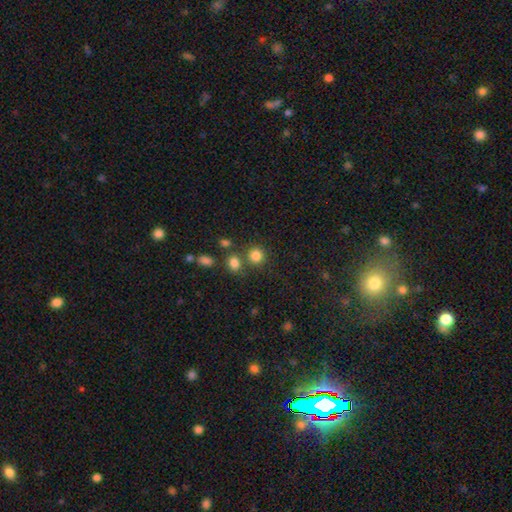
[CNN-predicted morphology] smooth-or-featured: smooth: 82% | star or artifact: 13% | featured or disk: 5%
  how-rounded: round: 88% | in between: 11% | cigar-shaped: 1%
  merging: none: 72% | merger: 16% | minor disturbance: 8% | major disturbance: 4%